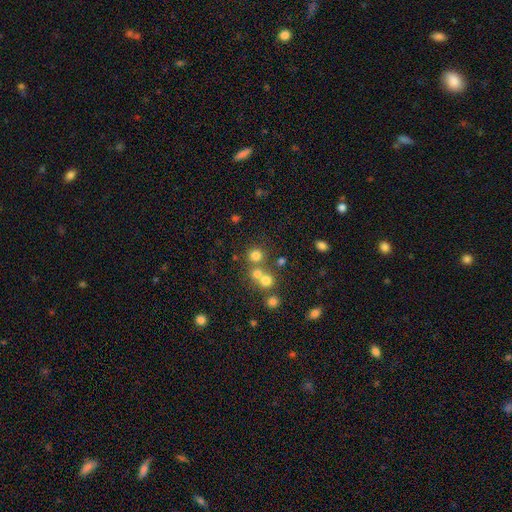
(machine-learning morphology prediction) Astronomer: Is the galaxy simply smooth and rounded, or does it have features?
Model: smooth — 73%.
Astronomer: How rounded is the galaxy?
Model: round — 91%.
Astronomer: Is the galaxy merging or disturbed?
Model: none — 64%.